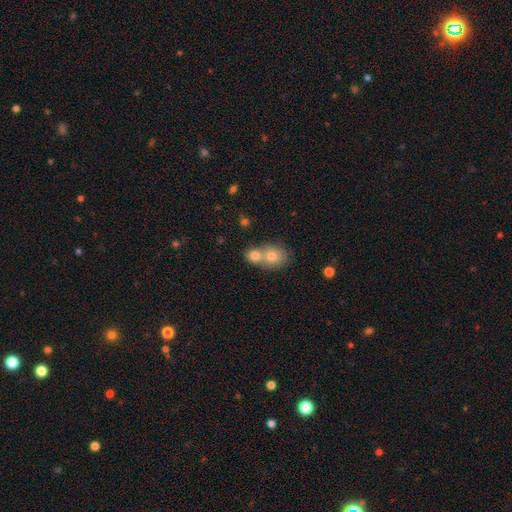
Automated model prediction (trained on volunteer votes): smooth-or-featured: smooth: 73% | featured or disk: 16% | star or artifact: 10%
  how-rounded: round: 62% | in between: 37% | cigar-shaped: 1%
  merging: merger: 67% | none: 25% | minor disturbance: 5% | major disturbance: 2%